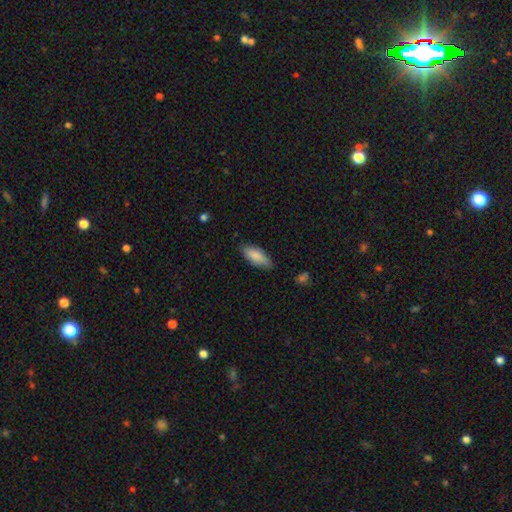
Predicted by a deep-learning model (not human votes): This is clearly a smooth galaxy (86%). How rounded: likely in between (73%). Merging: clearly none (82%).